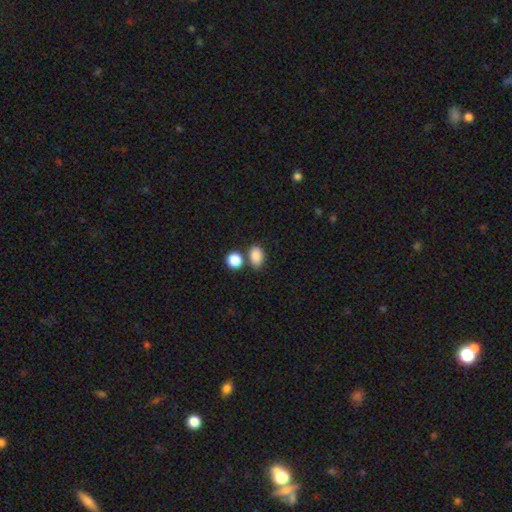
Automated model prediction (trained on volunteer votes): The model was most divided on "merging": none: 67%, merger: 18%, minor disturbance: 12%, major disturbance: 4%. More confident: smooth or featured — smooth (86%); how rounded — in between (77%).